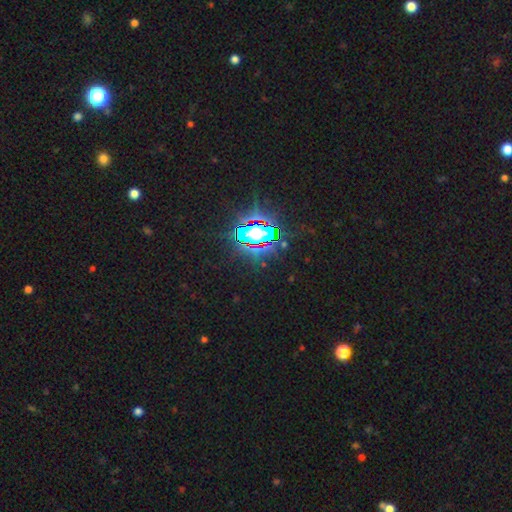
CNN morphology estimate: A star or artifact, not a galaxy (82%).

Vote fractions:
- Smooth or featured? star or artifact: 82% / smooth: 10% / featured or disk: 8%